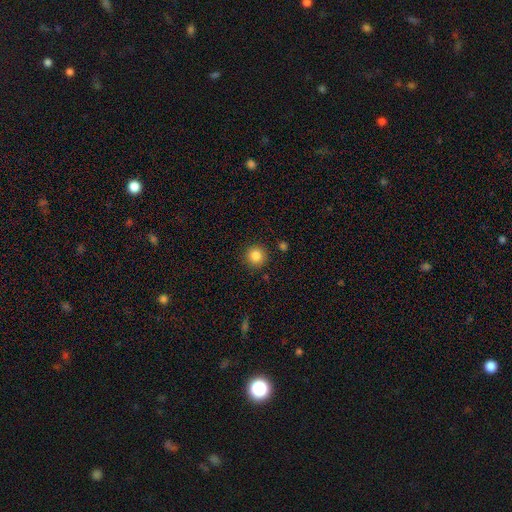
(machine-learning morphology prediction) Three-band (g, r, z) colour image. It shows a smooth galaxy with no disk features (85%) that is round (95%). Merging: none (90%).